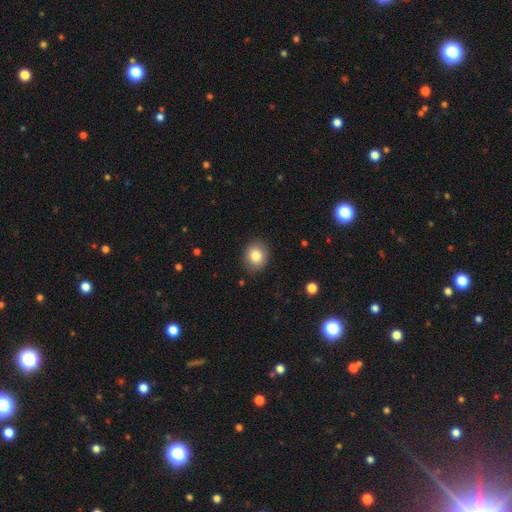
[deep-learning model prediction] The model was most divided on "how rounded": round: 73%, in between: 27%, cigar-shaped: 1%. More confident: merging — none (87%); smooth or featured — smooth (83%).